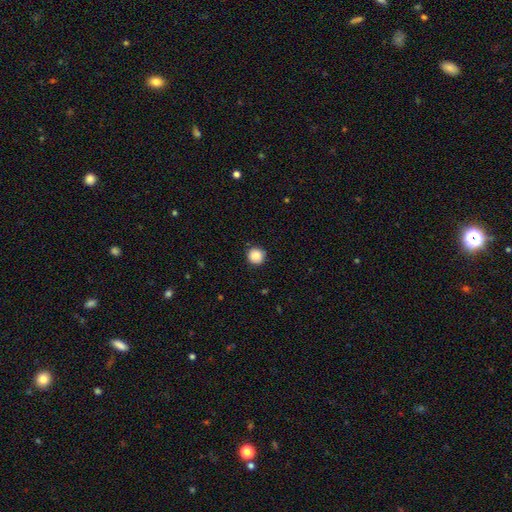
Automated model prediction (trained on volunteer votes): smooth_or_featured: smooth (p=0.87) [alt: star or artifact p=0.09]
how_rounded: round (p=0.95) [alt: in between p=0.04]
merging: none (p=0.91) [alt: minor disturbance p=0.06]